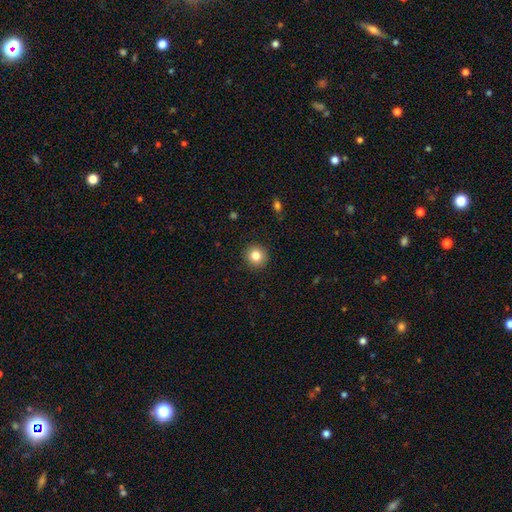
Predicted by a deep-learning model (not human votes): This is clearly a smooth galaxy (83%). How rounded: clearly round (94%). Merging: clearly none (92%).